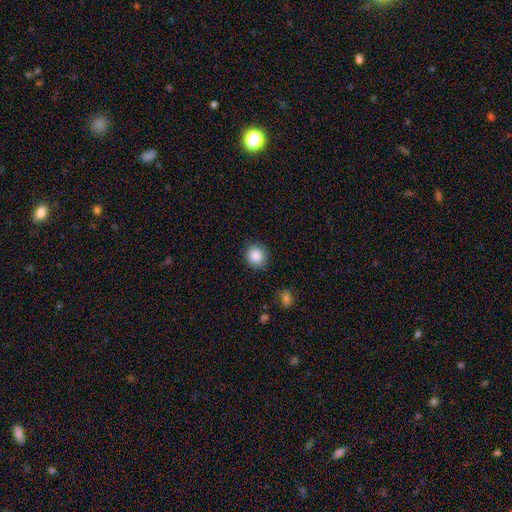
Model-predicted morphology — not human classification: The model was most divided on "how rounded": round: 84%, in between: 15%, cigar-shaped: 1%. More confident: smooth or featured — smooth (87%); merging — none (87%).